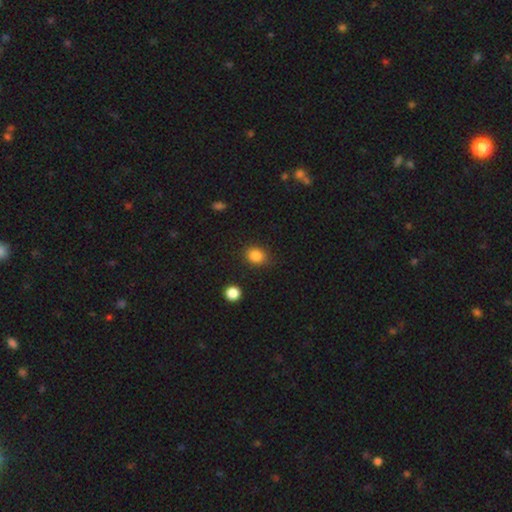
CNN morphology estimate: The model was most divided on "how rounded": round: 60%, in between: 39%, cigar-shaped: 1%. More confident: smooth or featured — smooth (85%); merging — none (84%).